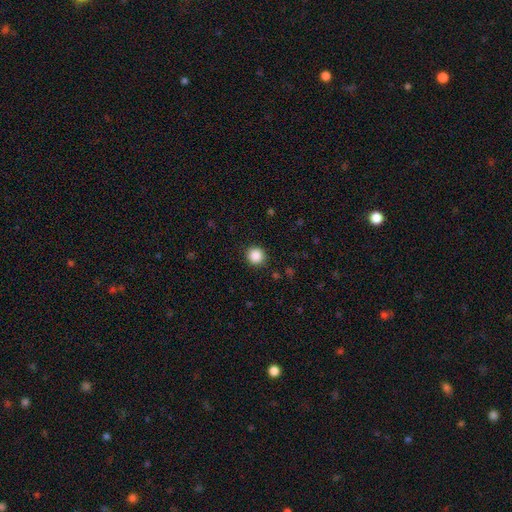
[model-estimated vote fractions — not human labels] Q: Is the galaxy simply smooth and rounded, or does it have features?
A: smooth — 87%.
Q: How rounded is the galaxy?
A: round — 94%.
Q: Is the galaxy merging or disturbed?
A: none — 91%.